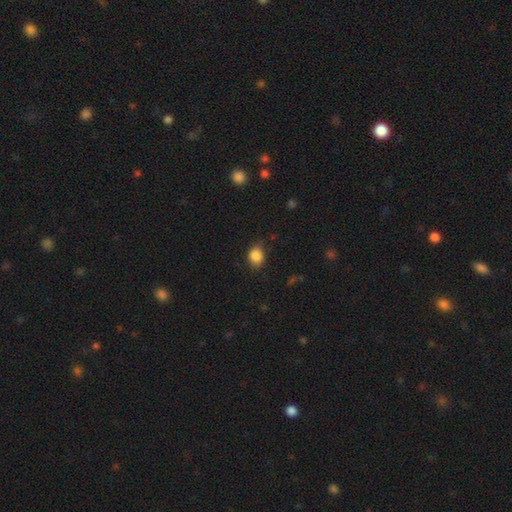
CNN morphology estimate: A smooth galaxy with no disk features (87%) that is in between round and cigar-shaped (53%). Merging: none (73%).